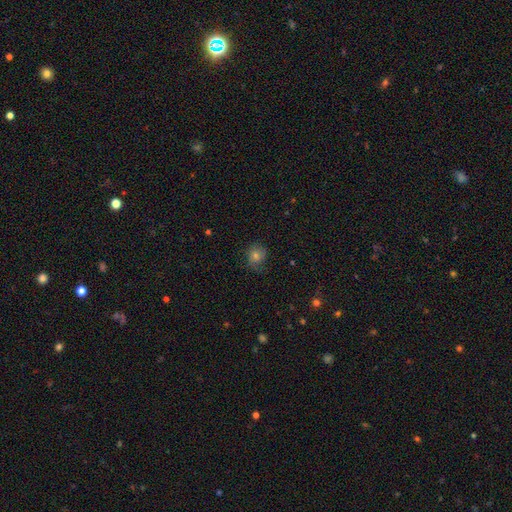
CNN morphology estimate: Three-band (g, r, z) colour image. It shows a smooth galaxy with no disk features (55%) that is round (79%). Merging: none (69%).